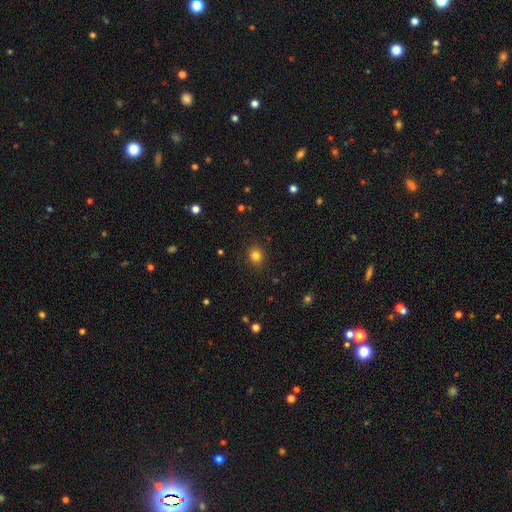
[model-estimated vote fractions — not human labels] This is clearly a smooth galaxy (82%). How rounded: likely round (79%). Merging: clearly none (89%).